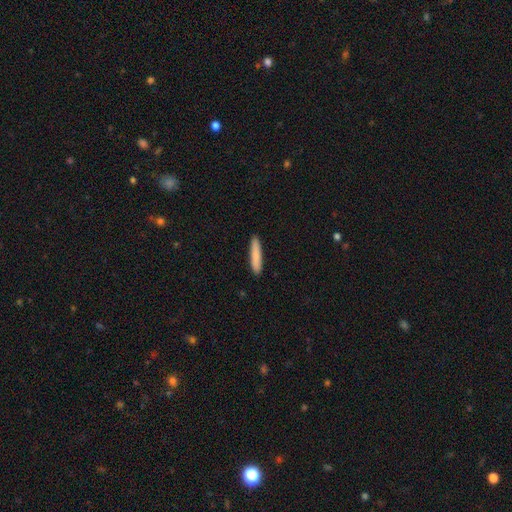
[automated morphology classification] The model was most divided on "smooth or featured": smooth: 84%, featured or disk: 11%, star or artifact: 6%. More confident: how rounded — cigar-shaped (91%); merging — none (90%).